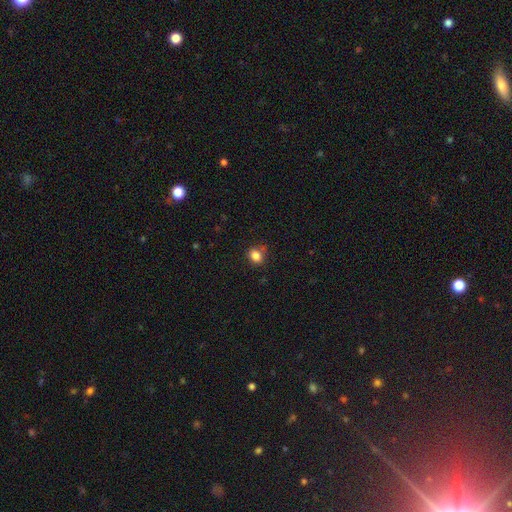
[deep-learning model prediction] Smooth or featured?
  - smooth: 84% *
  - star or artifact: 11%
  - featured or disk: 5%
How rounded?
  - round: 50% *
  - in between: 48%
  - cigar-shaped: 1%
Merging?
  - none: 72% *
  - minor disturbance: 19%
  - merger: 5%
  - major disturbance: 4%